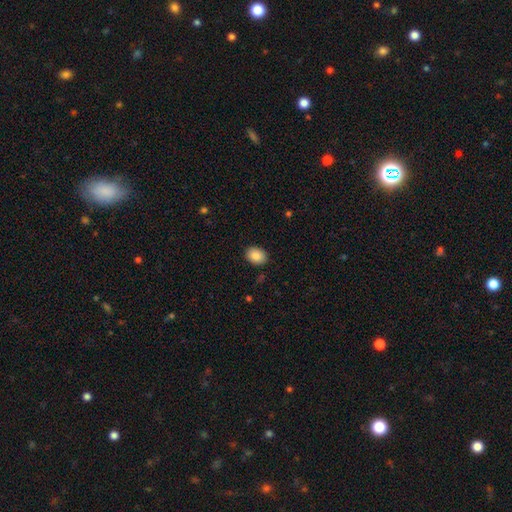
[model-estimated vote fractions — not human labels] smooth_or_featured: smooth (p=0.86) [alt: star or artifact p=0.08]
how_rounded: in between (p=0.65) [alt: round p=0.34]
merging: none (p=0.89) [alt: minor disturbance p=0.08]